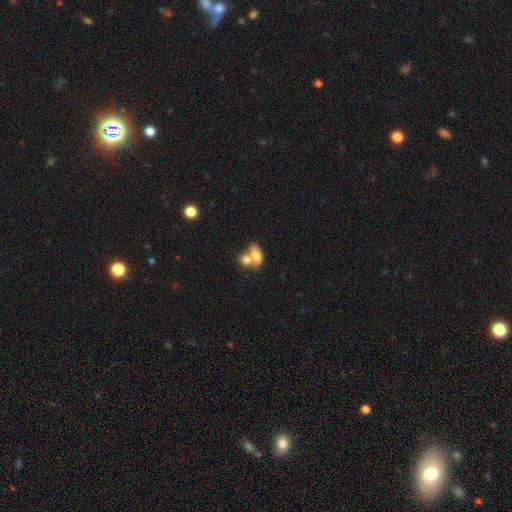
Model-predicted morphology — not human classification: Q: Smooth or featured?
A: smooth (75%); runner-up: featured or disk (18%)
Q: How rounded?
A: in between (83%); runner-up: round (13%)
Q: Merging?
A: merger (65%); runner-up: none (23%)